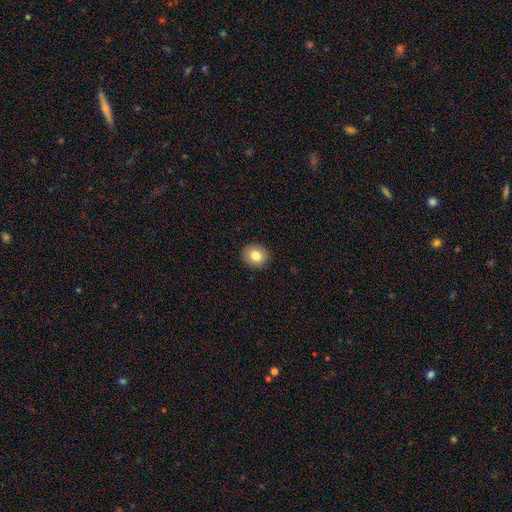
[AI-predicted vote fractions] Smooth or featured? Predicted: smooth (p=0.82). How rounded? Predicted: round (p=0.72). Merging? Predicted: none (p=0.90).